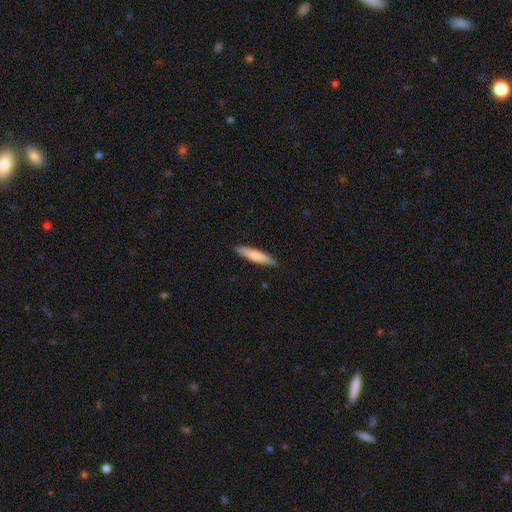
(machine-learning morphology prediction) This is likely a smooth galaxy (74%). How rounded: clearly cigar-shaped (88%). Merging: clearly none (89%).